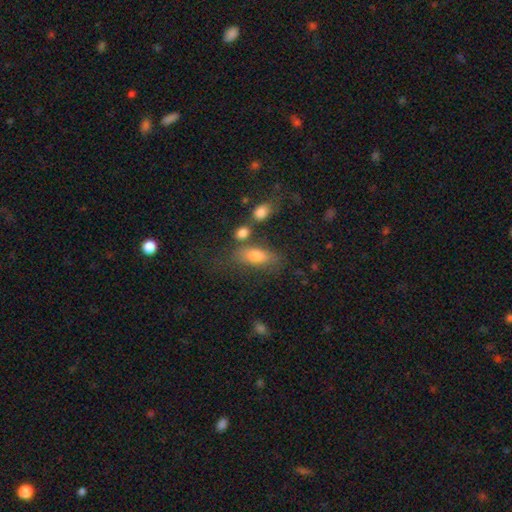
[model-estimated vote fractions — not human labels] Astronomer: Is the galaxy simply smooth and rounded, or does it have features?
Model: smooth — 73%.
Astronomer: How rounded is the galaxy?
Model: in between — 76%.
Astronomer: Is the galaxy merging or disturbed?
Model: none — 55%.